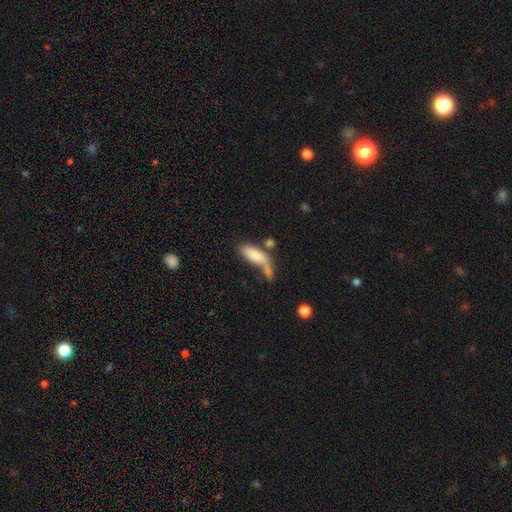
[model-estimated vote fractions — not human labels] smooth_or_featured: smooth (p=0.78) [alt: featured or disk p=0.15]
how_rounded: in between (p=0.69) [alt: cigar-shaped p=0.28]
merging: none (p=0.34) [alt: merger p=0.31]